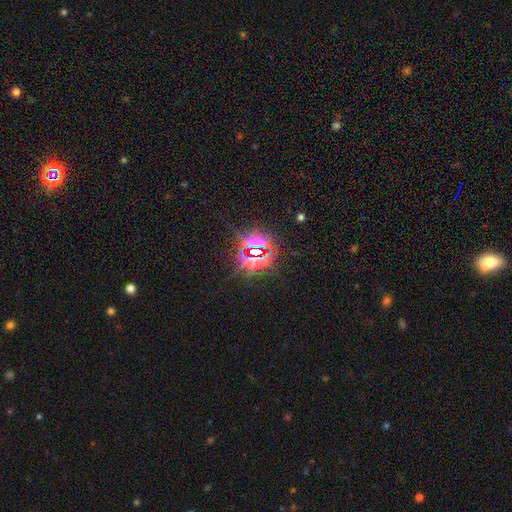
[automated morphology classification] This is clearly a star or artifact rather than a galaxy (82%).